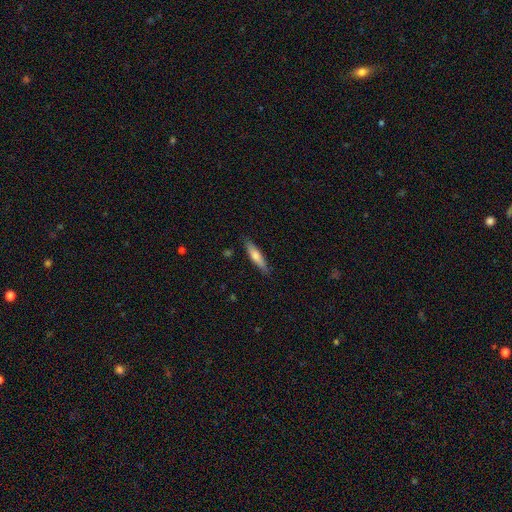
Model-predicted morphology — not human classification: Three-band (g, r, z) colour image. It shows a smooth galaxy with no disk features (66%) that is cigar-shaped (77%). Merging: none (86%).